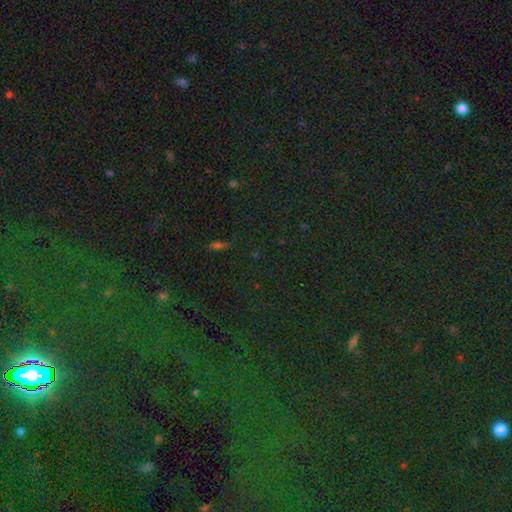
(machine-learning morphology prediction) This is clearly a star or artifact rather than a galaxy (81%).